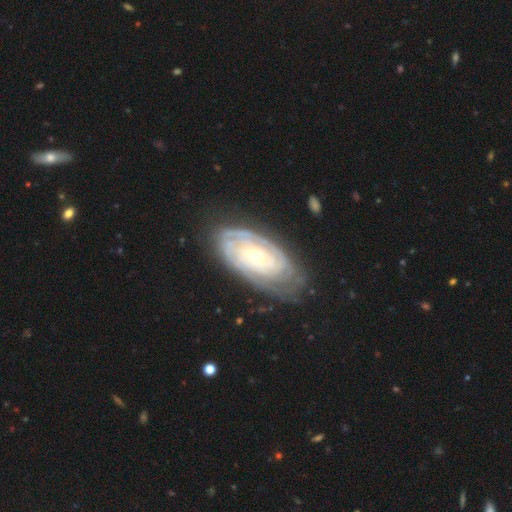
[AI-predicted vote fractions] Smooth or featured? featured or disk (82%)
Edge-on disk? no (93%)
Bar? no (72%)
Spiral arms? yes (91%)
Spiral winding? tight (81%)
Spiral arm count? can't tell (52%)
Bulge size? small (50%)
Merging? none (73%)